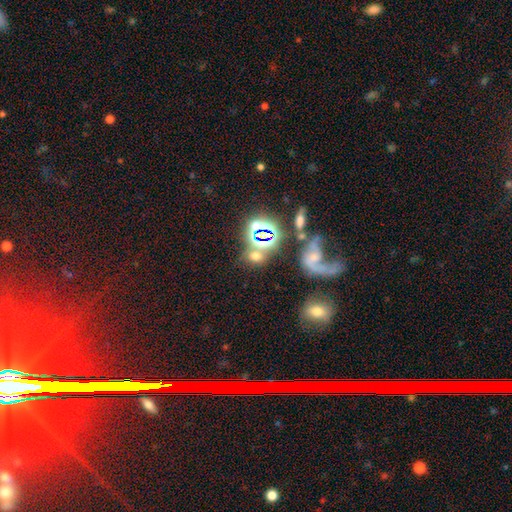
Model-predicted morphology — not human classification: This appears to be a smooth galaxy with no disk features (49%). Merging: none (55%).